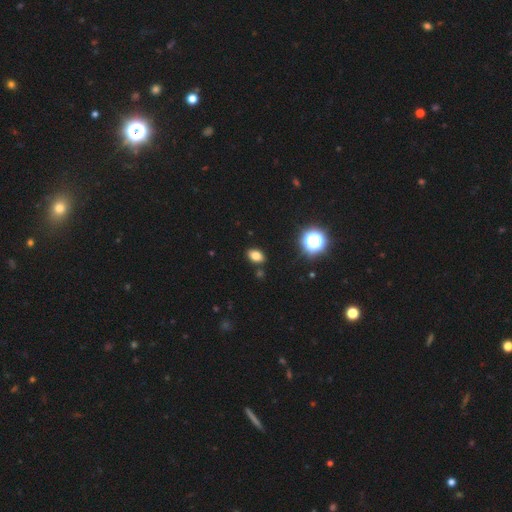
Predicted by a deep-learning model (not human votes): This is likely a smooth galaxy (78%). How rounded: clearly in between (82%). Merging: clearly none (87%).